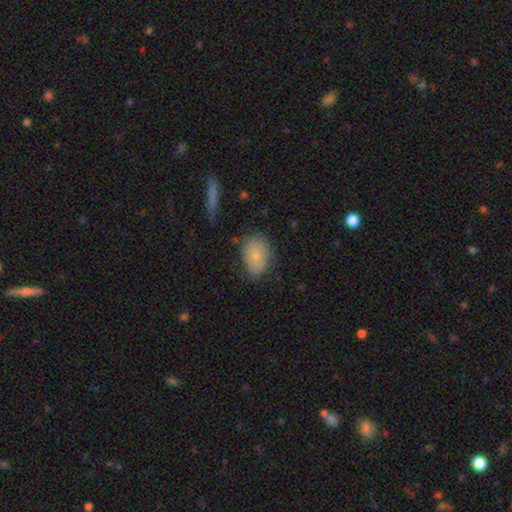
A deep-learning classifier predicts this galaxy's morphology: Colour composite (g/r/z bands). It shows a smooth galaxy with no disk features (75%) that is in between round and cigar-shaped (73%). Merging: none (67%).